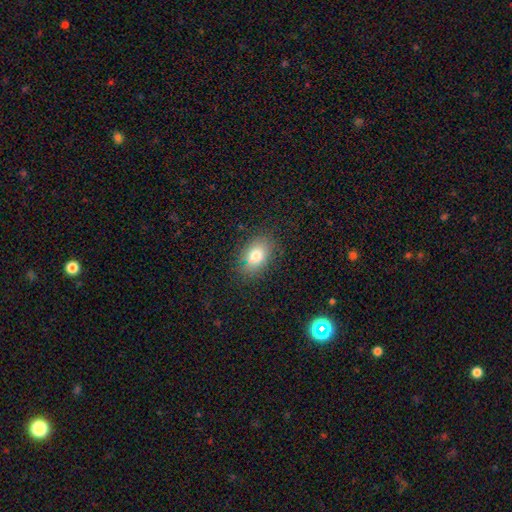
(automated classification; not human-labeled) Smooth or featured: smooth — 77% (star or artifact — 12%)
How rounded: in between — 80% (round — 18%)
Merging: none — 82% (minor disturbance — 13%)